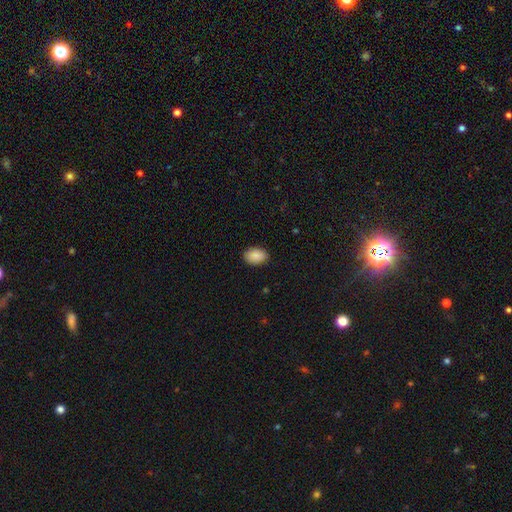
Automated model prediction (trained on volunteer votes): Smooth or featured? Predicted: smooth (p=0.88). How rounded? Predicted: in between (p=0.88). Merging? Predicted: none (p=0.88).